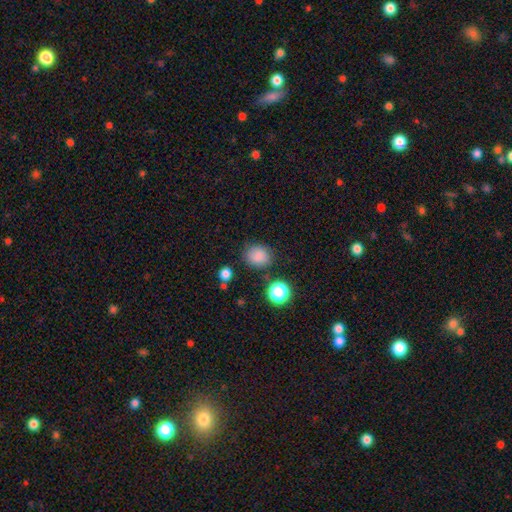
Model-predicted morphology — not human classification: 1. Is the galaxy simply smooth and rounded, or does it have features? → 83% smooth, 12% star or artifact, 4% featured or disk.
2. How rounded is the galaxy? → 69% round, 30% in between, 1% cigar-shaped.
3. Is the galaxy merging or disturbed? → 80% none, 13% minor disturbance, 4% major disturbance, 4% merger.